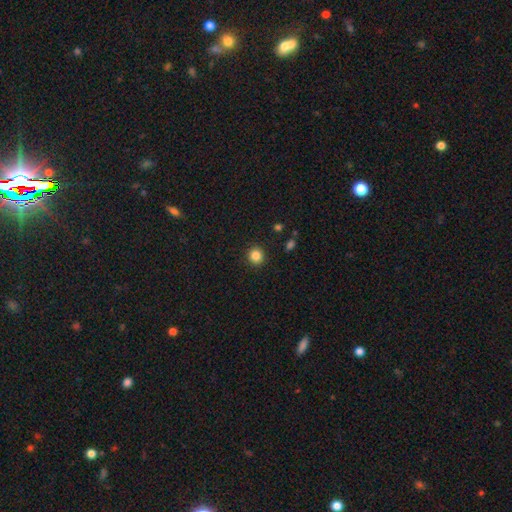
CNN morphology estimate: This appears to be a smooth galaxy with no disk features (85%) that is round (92%). Merging: none (91%).